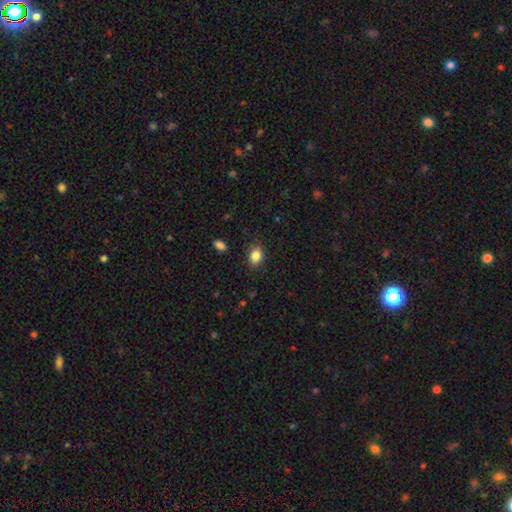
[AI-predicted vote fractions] smooth_or_featured: smooth (p=0.85) [alt: star or artifact p=0.09]
how_rounded: in between (p=0.66) [alt: round p=0.32]
merging: none (p=0.87) [alt: minor disturbance p=0.09]